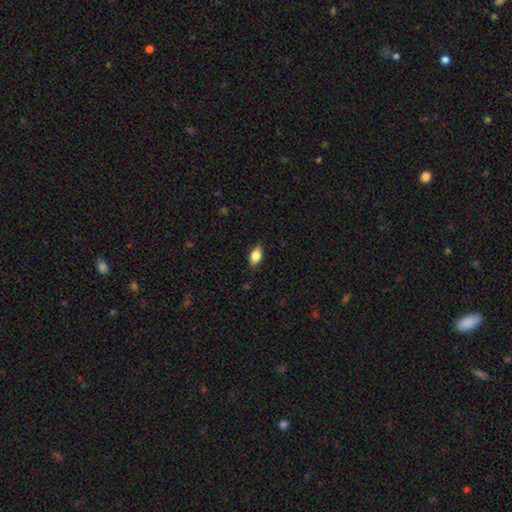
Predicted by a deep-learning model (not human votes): Smooth or featured? Predicted: smooth (p=0.80). How rounded? Predicted: in between (p=0.87). Merging? Predicted: none (p=0.82).